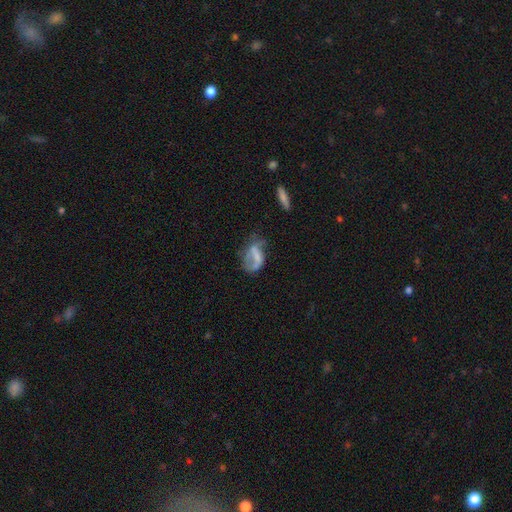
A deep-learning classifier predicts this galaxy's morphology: Smooth or featured?
  - featured or disk: 50% *
  - smooth: 39%
  - star or artifact: 11%
Edge-on disk?
  - no: 96% *
  - yes: 4%
Merging?
  - major disturbance: 39% *
  - none: 31%
  - minor disturbance: 24%
  - merger: 7%